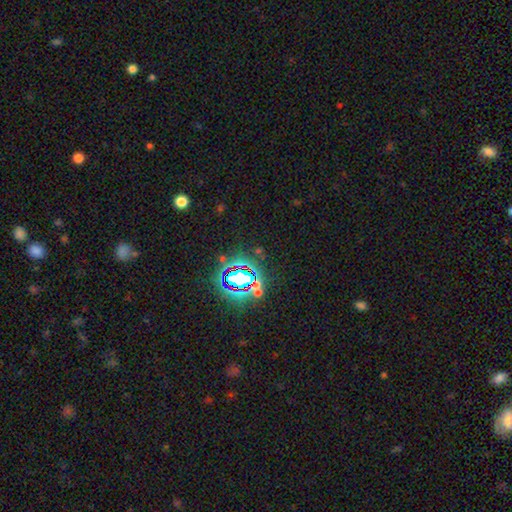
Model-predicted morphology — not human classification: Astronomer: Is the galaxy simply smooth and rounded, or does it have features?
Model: star or artifact — 79%.